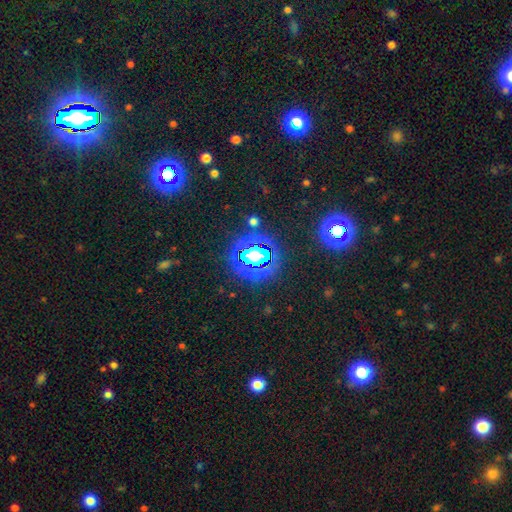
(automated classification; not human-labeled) A star or artifact, not a galaxy (81%).